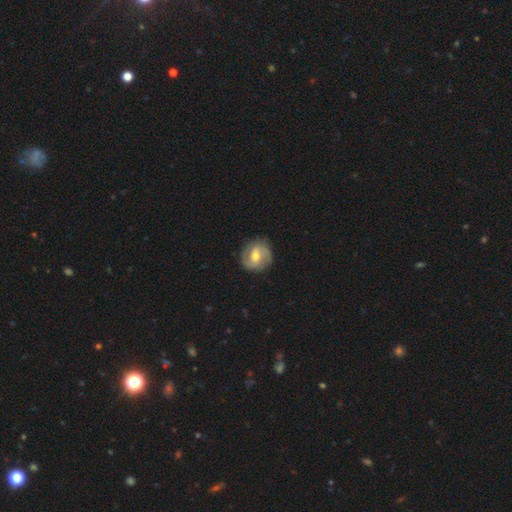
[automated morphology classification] This appears to be a featured or disk galaxy (69%) with a weak bar (49%), 2 (81%) medium (45%) spiral arms (88%) and a moderate central bulge (69%). Merging: none (82%).